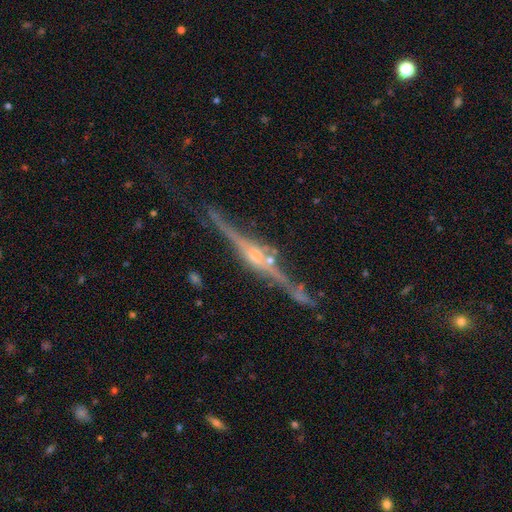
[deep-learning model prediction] Smooth or featured: featured or disk — 88% (star or artifact — 7%)
Edge-on disk: yes — 97% (no — 3%)
Edge-on bulge: rounded — 87% (boxy — 8%)
Merging: none — 74% (minor disturbance — 17%)